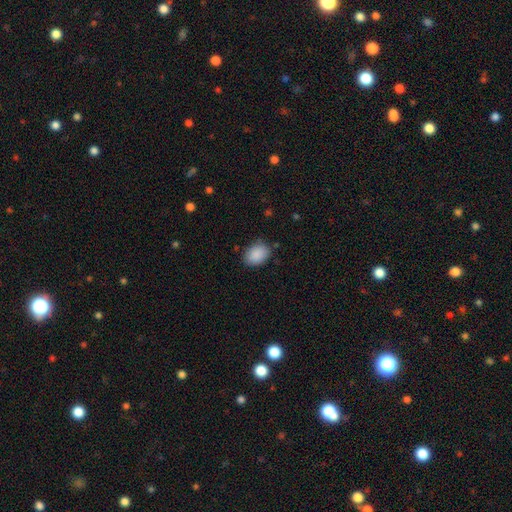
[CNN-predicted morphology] smooth_or_featured: smooth (p=0.89) [alt: star or artifact p=0.07]
how_rounded: in between (p=0.72) [alt: round p=0.27]
merging: none (p=0.81) [alt: minor disturbance p=0.15]